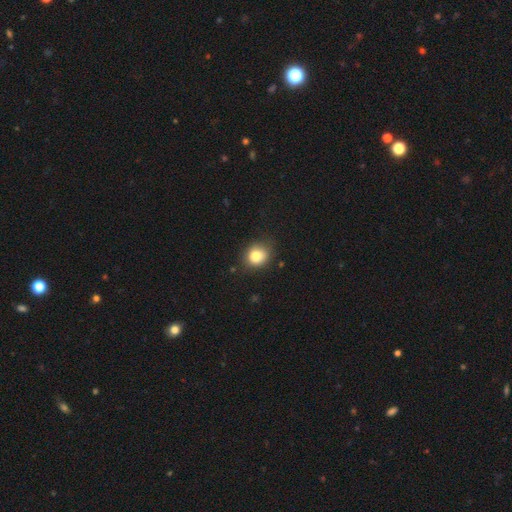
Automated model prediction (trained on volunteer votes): Smooth or featured? smooth (82%)
How rounded? round (68%)
Merging? none (79%)